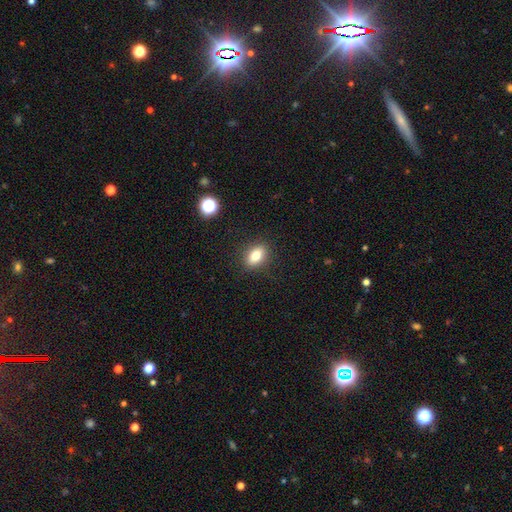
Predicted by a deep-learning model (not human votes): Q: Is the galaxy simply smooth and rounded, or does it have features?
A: smooth — 79%.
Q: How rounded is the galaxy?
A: in between — 81%.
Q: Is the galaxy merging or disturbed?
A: none — 88%.